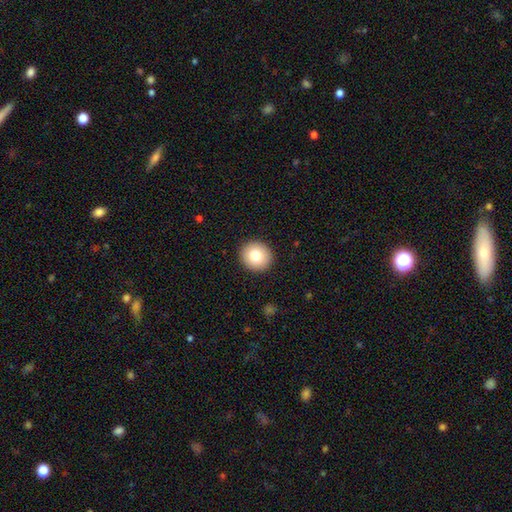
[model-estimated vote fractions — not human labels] The model was most divided on "smooth or featured": smooth: 80%, featured or disk: 11%, star or artifact: 9%. More confident: merging — none (92%); how rounded — round (92%).